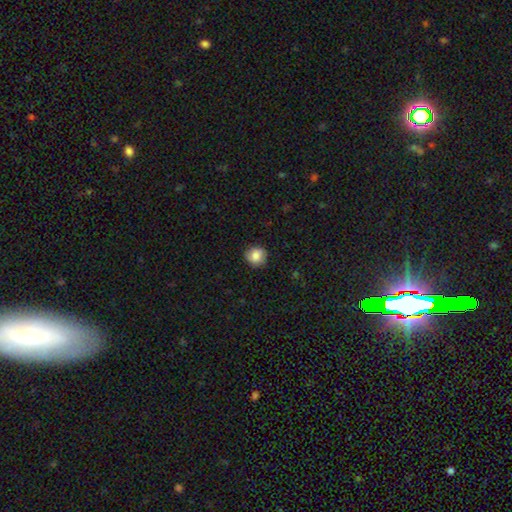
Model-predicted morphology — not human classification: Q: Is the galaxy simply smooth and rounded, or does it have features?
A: smooth — 82%.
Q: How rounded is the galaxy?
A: round — 87%.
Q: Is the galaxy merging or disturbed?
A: none — 83%.